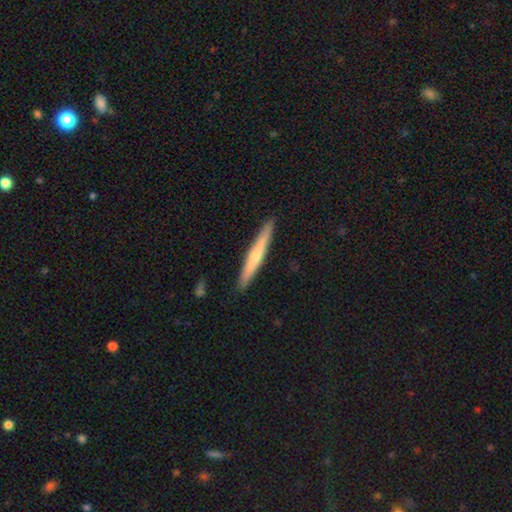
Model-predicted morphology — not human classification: Smooth or featured: featured or disk — 47% (tied with smooth — 47%)
Merging: none — 91% (minor disturbance — 6%)